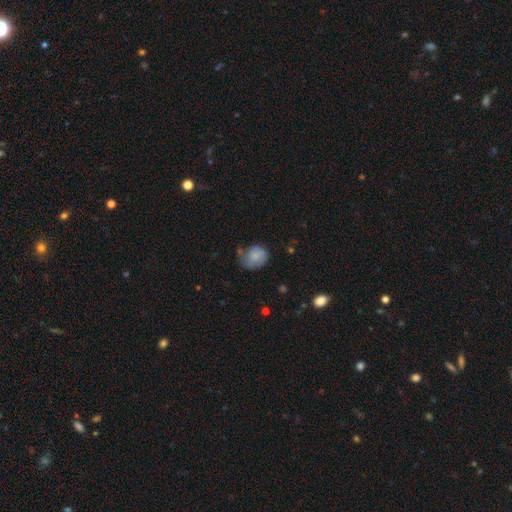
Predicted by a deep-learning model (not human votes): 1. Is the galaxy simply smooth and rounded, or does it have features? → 74% smooth, 18% featured or disk, 9% star or artifact.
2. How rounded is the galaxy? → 63% round, 36% in between, 1% cigar-shaped.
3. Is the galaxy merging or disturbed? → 45% none, 34% minor disturbance, 16% major disturbance, 5% merger.